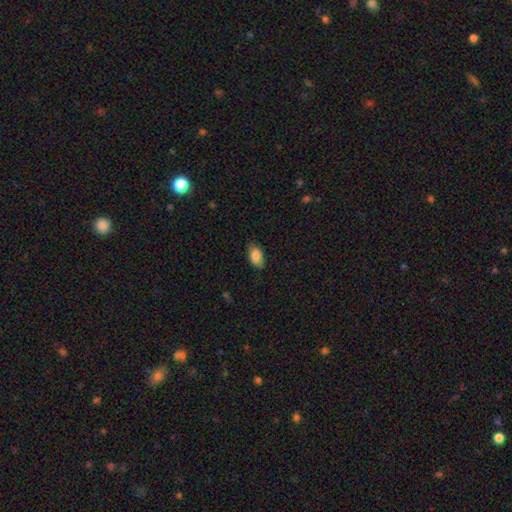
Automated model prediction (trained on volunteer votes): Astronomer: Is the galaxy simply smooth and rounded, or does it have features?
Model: smooth — 86%.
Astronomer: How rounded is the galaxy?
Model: in between — 93%.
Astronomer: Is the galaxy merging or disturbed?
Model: none — 80%.